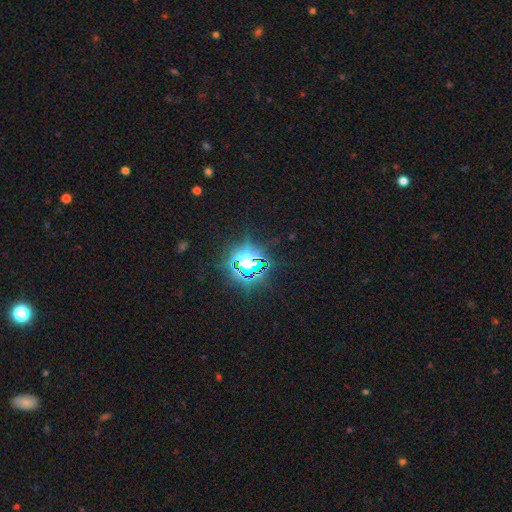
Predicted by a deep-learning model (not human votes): Smooth or featured?
  - star or artifact: 80% *
  - smooth: 12%
  - featured or disk: 8%